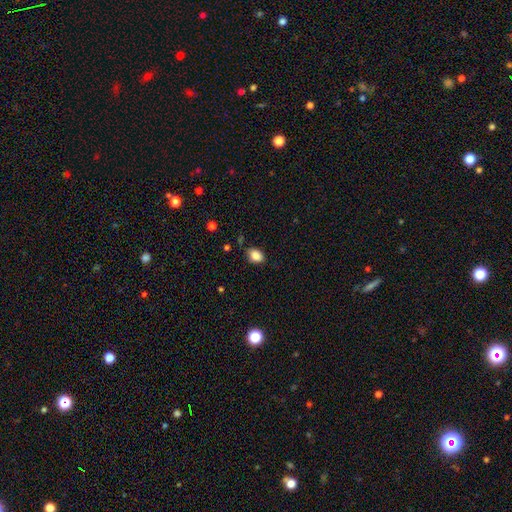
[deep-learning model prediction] This appears to be a smooth galaxy with no disk features (86%) that is in between round and cigar-shaped (77%). Merging: none (77%).